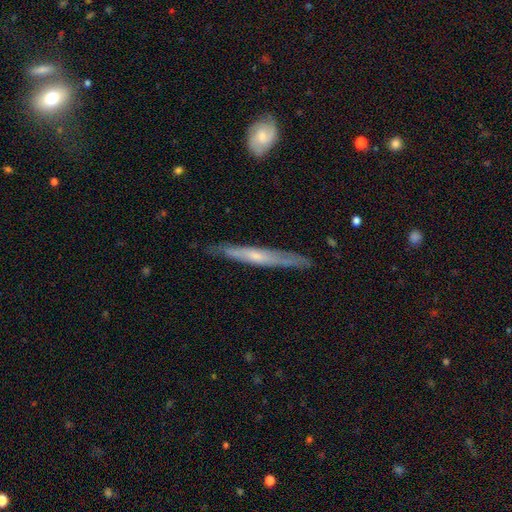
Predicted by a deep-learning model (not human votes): featured or disk 61%, smooth 33%, star or artifact 6%. Down the decision tree: edge-on disk — yes (88%); edge-on bulge — none (55%); merging — none (80%).